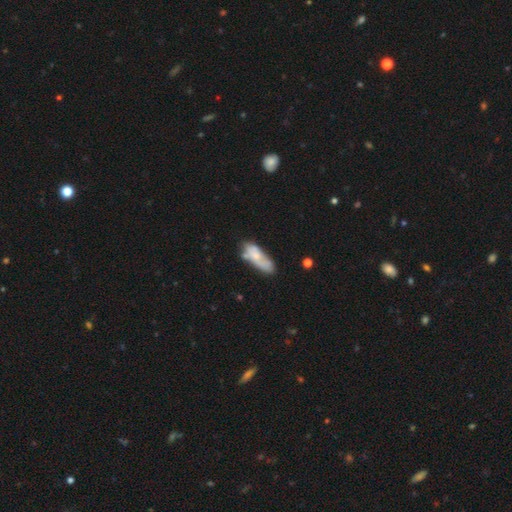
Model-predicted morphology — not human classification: A smooth galaxy with no disk features (59%) that is in between round and cigar-shaped (69%).

Vote fractions:
- Smooth or featured? smooth: 59% / featured or disk: 34% / star or artifact: 7%
- How rounded? in between: 69% / cigar-shaped: 29% / round: 2%
- Merging? none: 45% / minor disturbance: 27% / merger: 15% / major disturbance: 12%